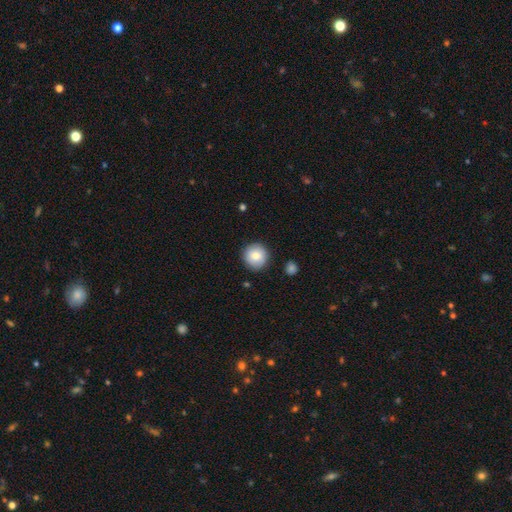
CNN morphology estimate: This is likely a smooth galaxy (78%). How rounded: clearly round (94%). Merging: clearly none (88%).